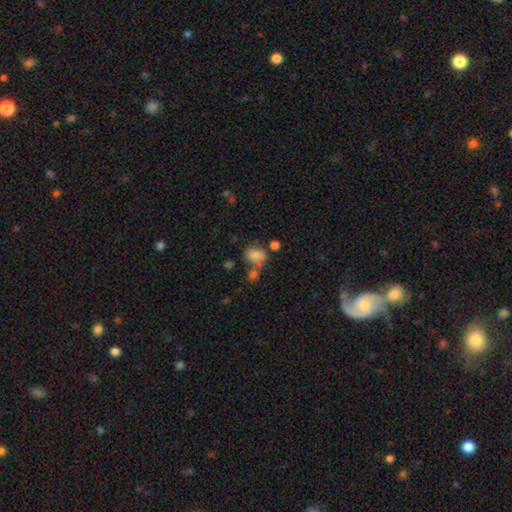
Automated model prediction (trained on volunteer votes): Smooth or featured: smooth — 76% (featured or disk — 12%)
How rounded: in between — 68% (round — 30%)
Merging: none — 45% (merger — 29%)